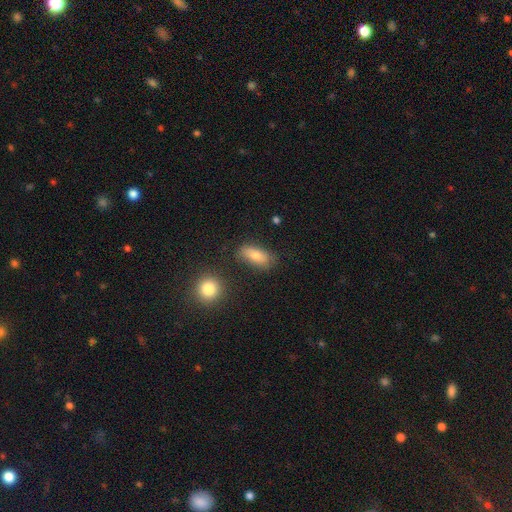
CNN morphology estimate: This is likely a smooth galaxy (75%). How rounded: clearly in between (81%). Merging: likely none (75%).